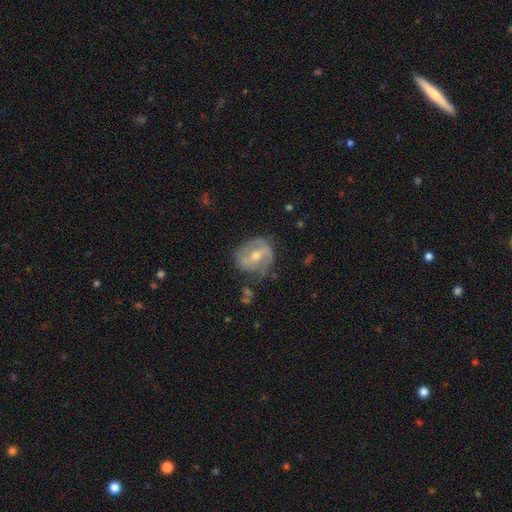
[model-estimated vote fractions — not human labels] A featured or disk galaxy (72%) with a weak bar (42%), 2 (71%) medium (41%) spiral arms (74%) and a moderate central bulge (65%).

Vote fractions:
- Smooth or featured? featured or disk: 72% / smooth: 20% / star or artifact: 7%
- Edge-on disk? no: 96% / yes: 4%
- Bar? weak: 42% / strong: 37% / no: 22%
- Spiral arms? yes: 74% / no: 26%
- Spiral winding? medium: 41% / tight: 32% / loose: 27%
- Spiral arm count? 2: 71% / can't tell: 17% / 1: 7% / 3: 3% / 4: 1% / more than 4: 1%
- Bulge size? moderate: 65% / small: 30% / large: 3% / none: 1% / dominant: 1%
- Merging? none: 65% / minor disturbance: 23% / major disturbance: 10% / merger: 3%